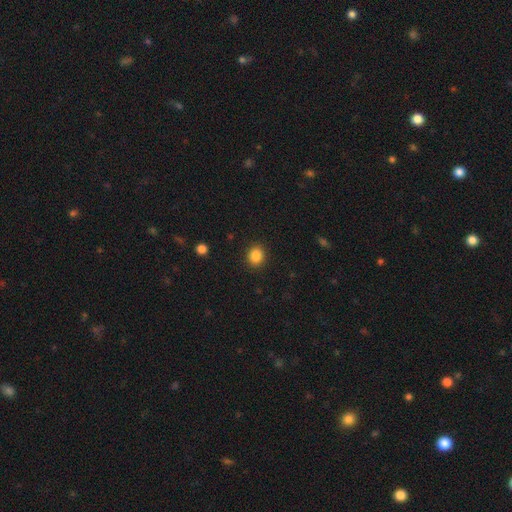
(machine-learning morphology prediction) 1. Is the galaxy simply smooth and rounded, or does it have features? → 86% smooth, 10% star or artifact, 4% featured or disk.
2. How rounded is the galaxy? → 71% round, 28% in between, 1% cigar-shaped.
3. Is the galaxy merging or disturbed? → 90% none, 7% minor disturbance, 2% major disturbance, 1% merger.